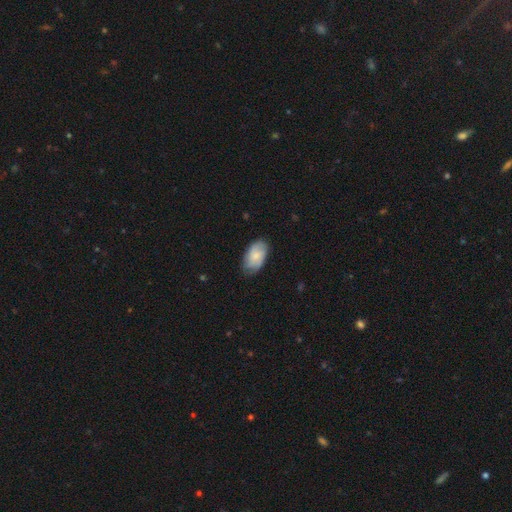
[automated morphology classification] type=smooth (65%); roundness=in between (93%); merging=none (69%).